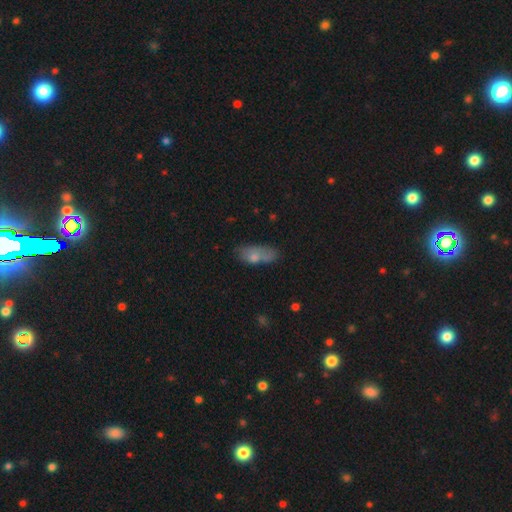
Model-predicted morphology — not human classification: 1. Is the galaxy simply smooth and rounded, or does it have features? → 68% smooth, 22% featured or disk, 9% star or artifact.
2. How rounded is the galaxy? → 80% in between, 15% cigar-shaped, 6% round.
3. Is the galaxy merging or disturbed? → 40% none, 28% minor disturbance, 17% major disturbance, 15% merger.